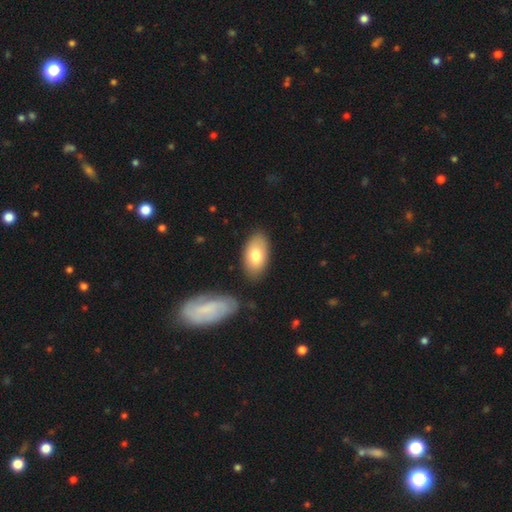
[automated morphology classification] smooth-or-featured: smooth: 75% | featured or disk: 18% | star or artifact: 6%
  how-rounded: in between: 94% | round: 4% | cigar-shaped: 2%
  merging: none: 82% | minor disturbance: 12% | merger: 4% | major disturbance: 3%